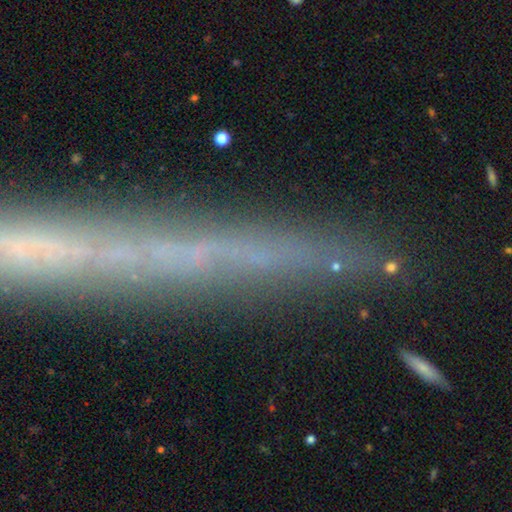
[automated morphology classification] smooth_or_featured: featured or disk (p=0.44) [alt: smooth p=0.30]
merging: none (p=0.80) [alt: minor disturbance p=0.12]